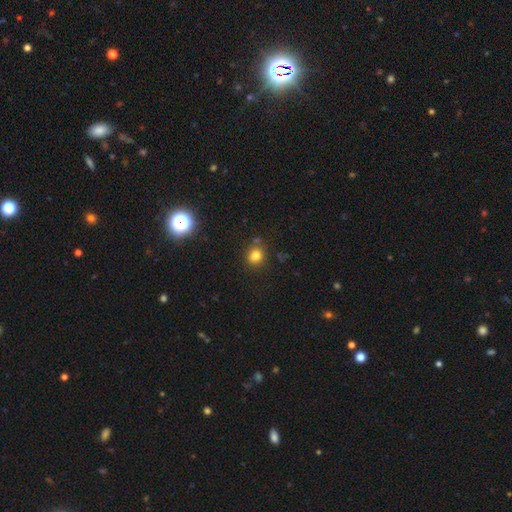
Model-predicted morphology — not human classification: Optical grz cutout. It shows a smooth galaxy with no disk features (79%) that is round (77%). Merging: none (76%).